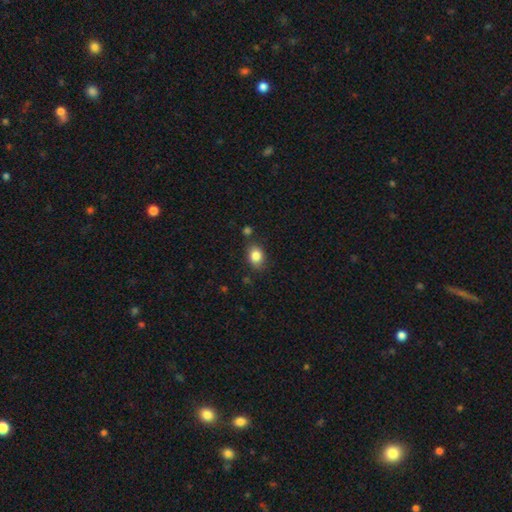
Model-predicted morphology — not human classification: A smooth galaxy with no disk features (84%) that is in between round and cigar-shaped (65%).

Vote fractions:
- Smooth or featured? smooth: 84% / star or artifact: 9% / featured or disk: 7%
- How rounded? in between: 65% / round: 34% / cigar-shaped: 1%
- Merging? none: 76% / minor disturbance: 15% / merger: 6% / major disturbance: 4%